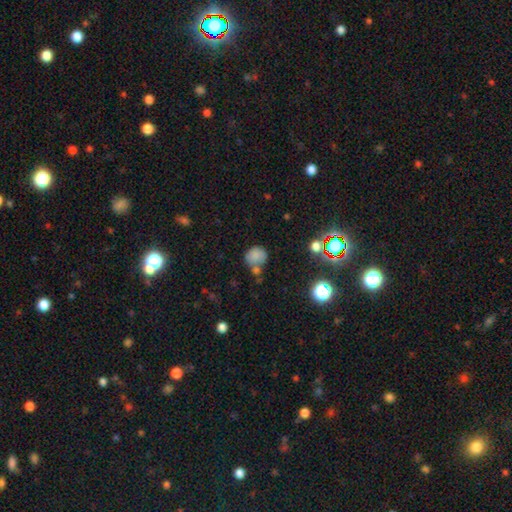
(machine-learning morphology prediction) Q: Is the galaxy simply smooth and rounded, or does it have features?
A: smooth — 77%.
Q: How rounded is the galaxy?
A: round — 78%.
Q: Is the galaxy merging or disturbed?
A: none — 51%.